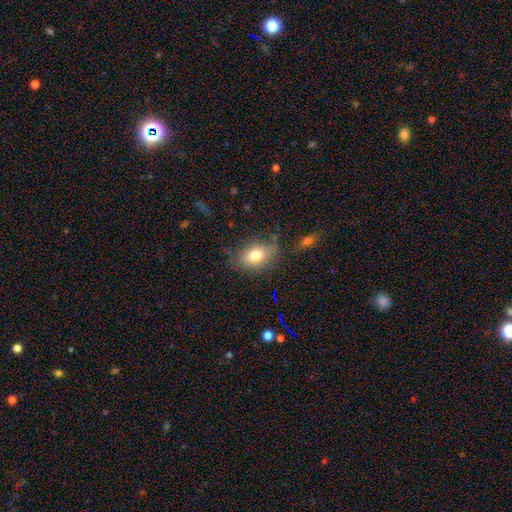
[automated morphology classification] A smooth galaxy with no disk features (76%) that is in between round and cigar-shaped (80%).

Vote fractions:
- Smooth or featured? smooth: 76% / featured or disk: 14% / star or artifact: 10%
- How rounded? in between: 80% / round: 18% / cigar-shaped: 2%
- Merging? none: 67% / minor disturbance: 22% / major disturbance: 8% / merger: 3%